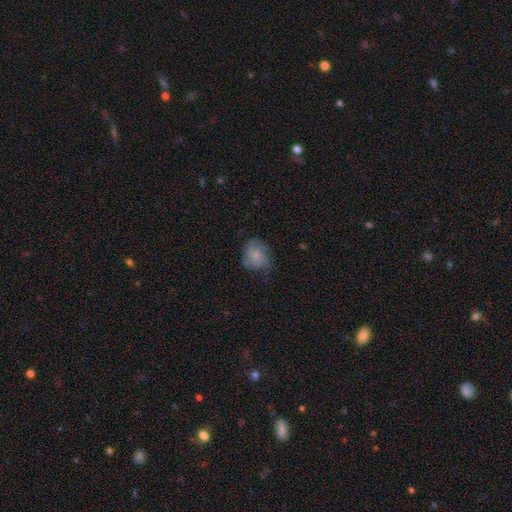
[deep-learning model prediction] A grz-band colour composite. It shows a smooth galaxy with no disk features (72%) that is round (70%). Merging: none (56%).